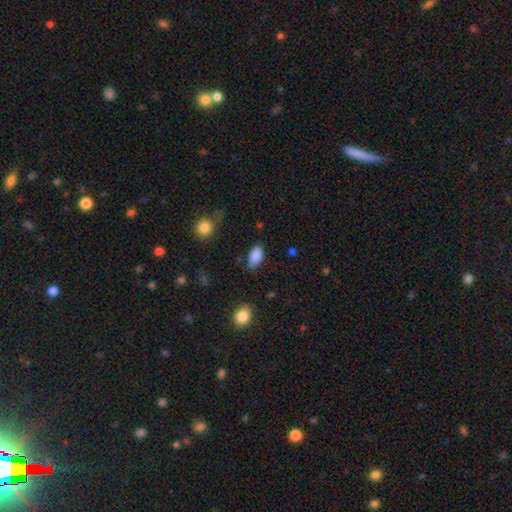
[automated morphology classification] Q: Smooth or featured?
A: smooth (88%); runner-up: star or artifact (8%)
Q: How rounded?
A: in between (93%); runner-up: round (5%)
Q: Merging?
A: none (76%); runner-up: minor disturbance (18%)